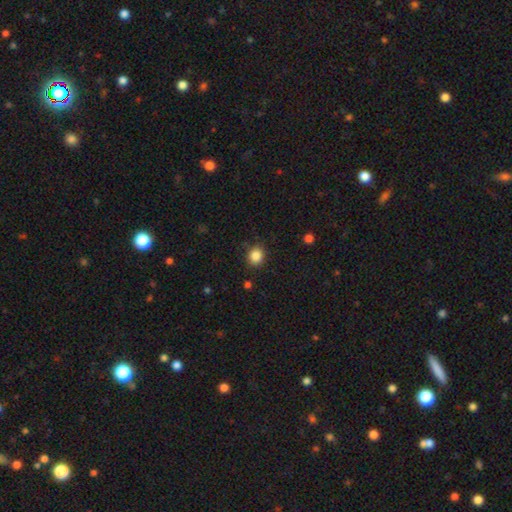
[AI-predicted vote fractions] Smooth or featured? smooth (85%)
How rounded? round (79%)
Merging? none (87%)